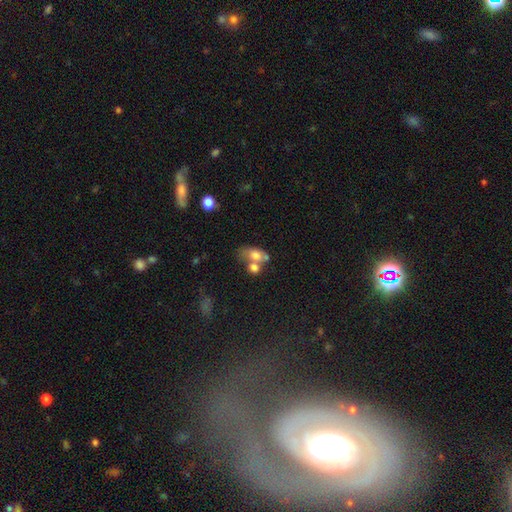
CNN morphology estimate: A smooth galaxy with no disk features (67%) that is in between round and cigar-shaped (75%). Merging: merger (51%).